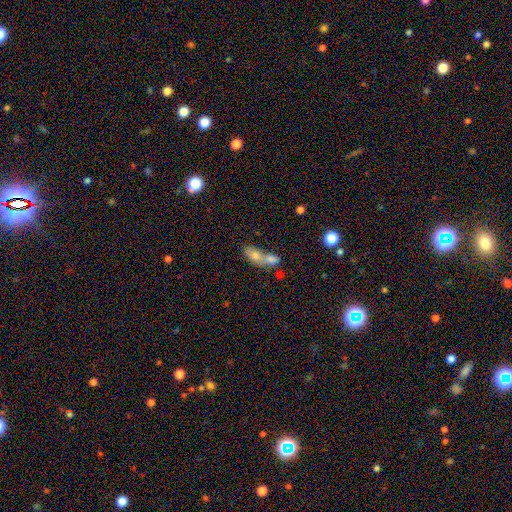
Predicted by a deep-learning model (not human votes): This is likely a smooth galaxy (66%). How rounded: likely in between (72%). Merging: likely merger (70%).